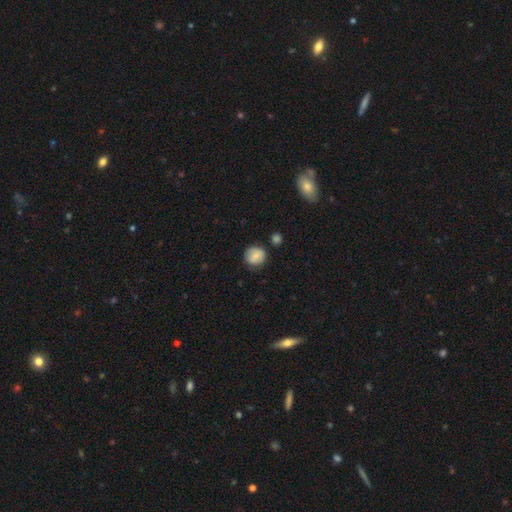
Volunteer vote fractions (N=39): Volunteers were most divided on "smooth or featured": smooth: 72%, featured or disk: 28%, star or artifact: 0%. More confident: merging — none (82%); how rounded — round (75%).